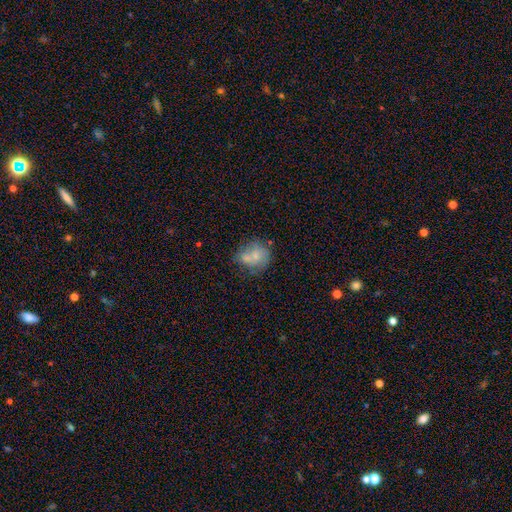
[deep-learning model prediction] smooth-or-featured: smooth: 68% | featured or disk: 23% | star or artifact: 9%
  how-rounded: round: 68% | in between: 31% | cigar-shaped: 1%
  merging: merger: 40% | none: 37% | minor disturbance: 15% | major disturbance: 7%